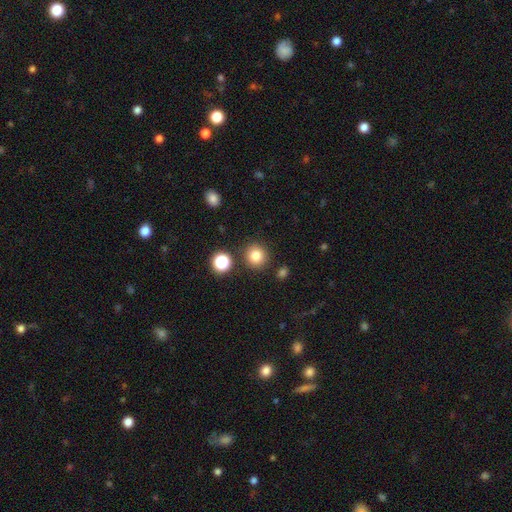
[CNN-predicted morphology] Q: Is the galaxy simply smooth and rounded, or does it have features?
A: smooth — 81%.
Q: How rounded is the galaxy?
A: round — 93%.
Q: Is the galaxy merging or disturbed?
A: none — 87%.